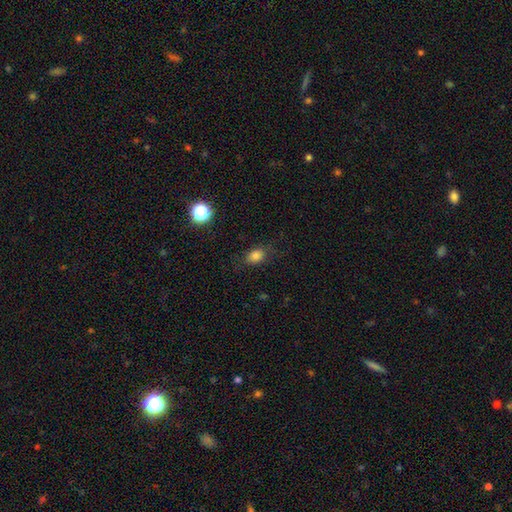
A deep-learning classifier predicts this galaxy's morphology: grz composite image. It shows a smooth galaxy with no disk features (81%) that is in between round and cigar-shaped (69%). Merging: none (78%).